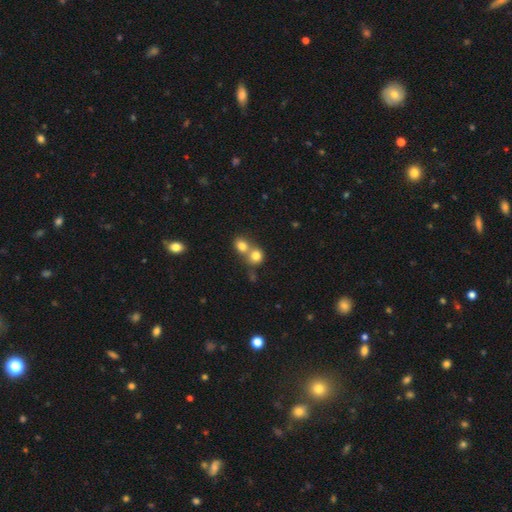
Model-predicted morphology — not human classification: Smooth or featured? smooth (78%)
How rounded? round (83%)
Merging? merger (58%)